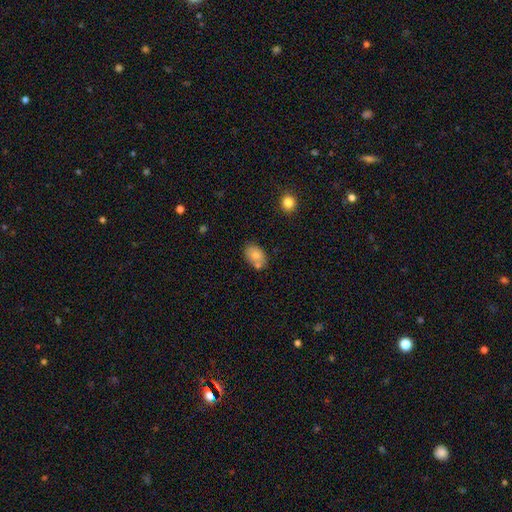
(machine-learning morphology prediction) Smooth or featured? Predicted: smooth (p=0.79). How rounded? Predicted: in between (p=0.82). Merging? Predicted: none (p=0.60).